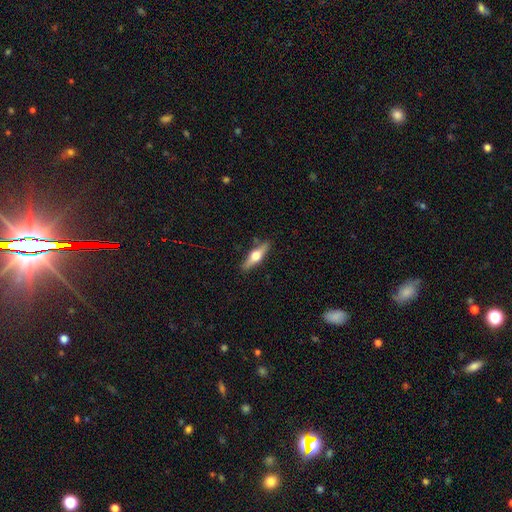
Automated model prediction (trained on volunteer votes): The model was most divided on "smooth or featured": featured or disk: 57%, smooth: 38%, star or artifact: 6%. More confident: edge-on bulge — rounded (95%); edge-on disk — yes (94%); merging — none (86%).